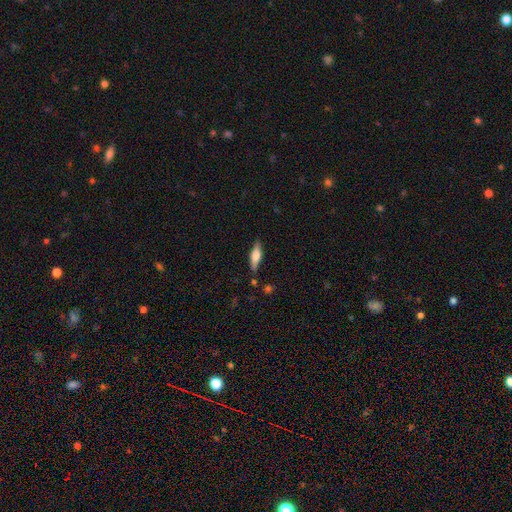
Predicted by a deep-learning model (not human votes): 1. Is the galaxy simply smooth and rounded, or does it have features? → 49% smooth, 44% featured or disk, 7% star or artifact.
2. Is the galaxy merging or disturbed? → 83% none, 12% minor disturbance, 3% merger, 2% major disturbance.